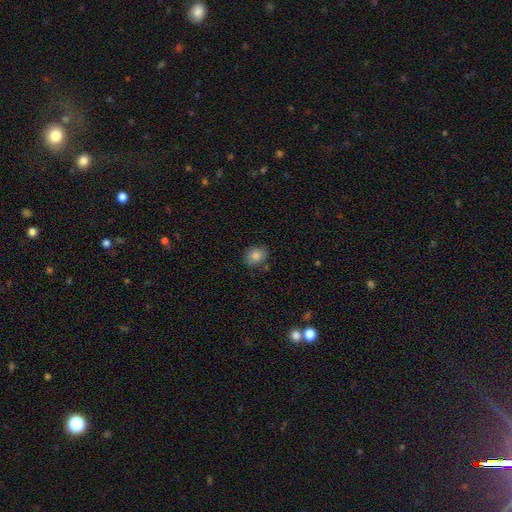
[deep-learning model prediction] Smooth or featured?
  - smooth: 84% *
  - star or artifact: 10%
  - featured or disk: 6%
How rounded?
  - round: 54% *
  - in between: 45%
  - cigar-shaped: 1%
Merging?
  - none: 80% *
  - minor disturbance: 14%
  - merger: 3%
  - major disturbance: 3%